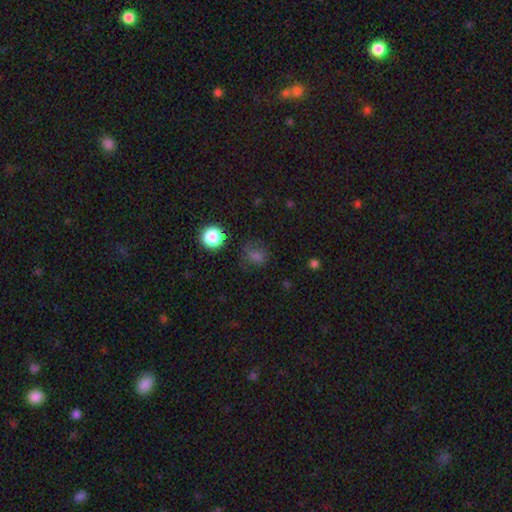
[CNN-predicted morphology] This appears to be a smooth galaxy with no disk features (64%) that is round (64%). Merging: none (66%).